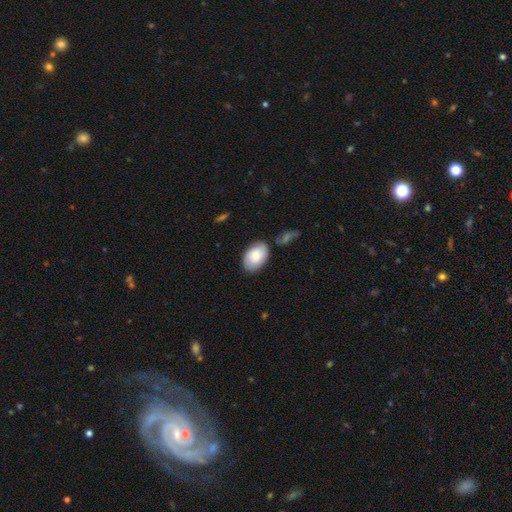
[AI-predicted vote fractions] The model was most divided on "merging": none: 77%, minor disturbance: 15%, merger: 4%, major disturbance: 3%. More confident: how rounded — in between (91%); smooth or featured — smooth (82%).